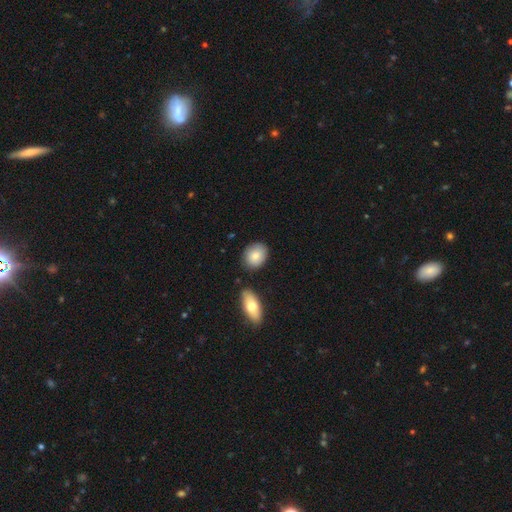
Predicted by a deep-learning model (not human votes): smooth_or_featured: smooth (p=0.84) [alt: featured or disk p=0.10]
how_rounded: in between (p=0.56) [alt: round p=0.42]
merging: none (p=0.79) [alt: minor disturbance p=0.12]